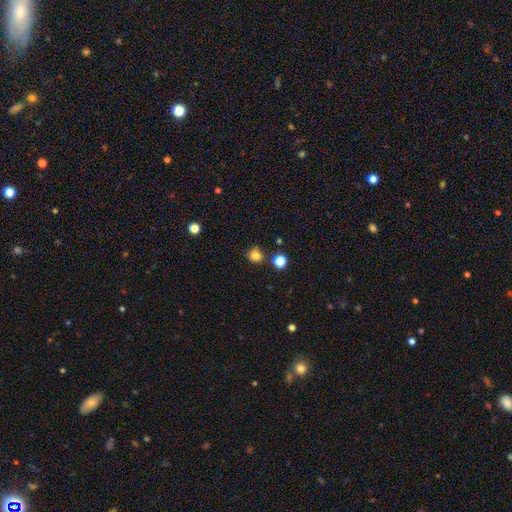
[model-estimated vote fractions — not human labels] smooth_or_featured: smooth (p=0.81) [alt: star or artifact p=0.14]
how_rounded: round (p=0.86) [alt: in between p=0.13]
merging: none (p=0.79) [alt: minor disturbance p=0.11]